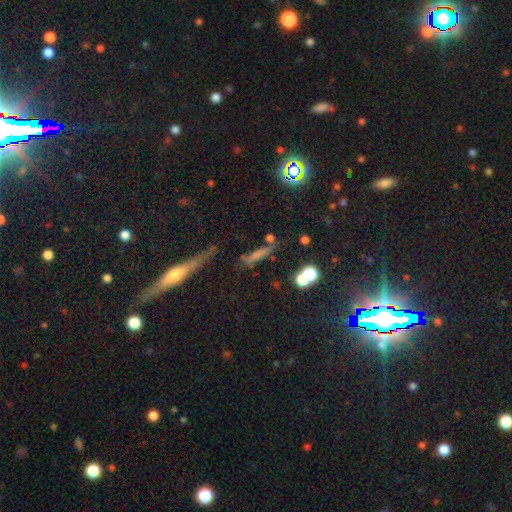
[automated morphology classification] type=smooth (56%); roundness=cigar-shaped (80%); merging=none (66%).